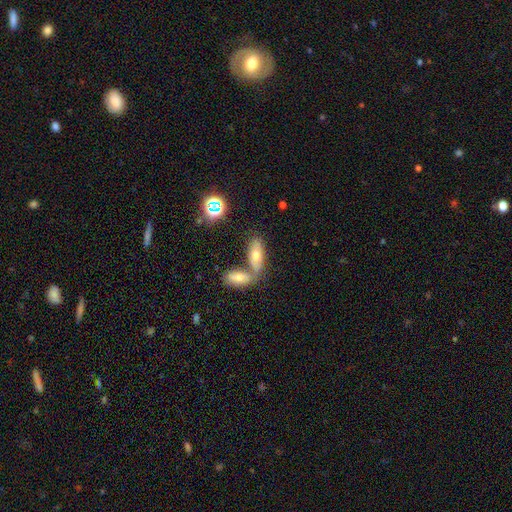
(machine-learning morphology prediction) The model was most divided on "merging": none: 45%, merger: 42%, minor disturbance: 9%, major disturbance: 4%. More confident: how rounded — in between (76%); smooth or featured — smooth (62%).